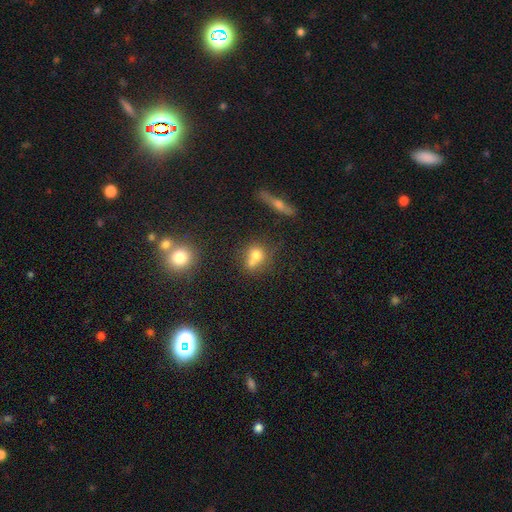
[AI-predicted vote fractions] smooth-or-featured: smooth: 68% | featured or disk: 18% | star or artifact: 14%
  how-rounded: round: 59% | in between: 37% | cigar-shaped: 4%
  merging: merger: 42% | none: 37% | minor disturbance: 13% | major disturbance: 7%